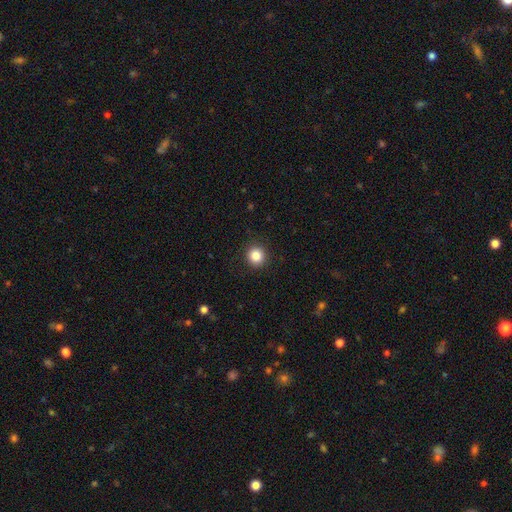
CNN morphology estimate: type=smooth (85%); roundness=round (92%); merging=none (91%).